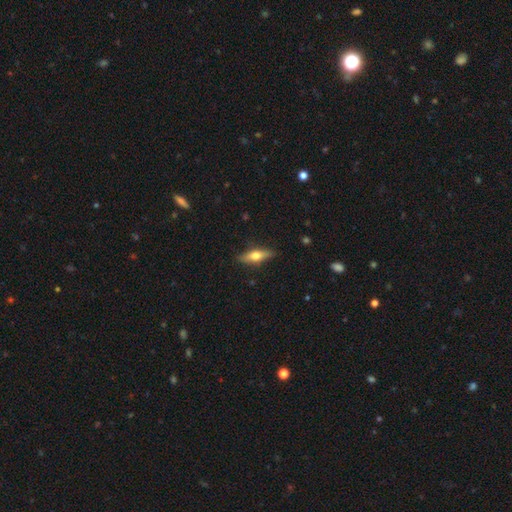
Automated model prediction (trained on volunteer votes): Overall: smooth (49%; featured or disk 45%). Merging: none (86%).